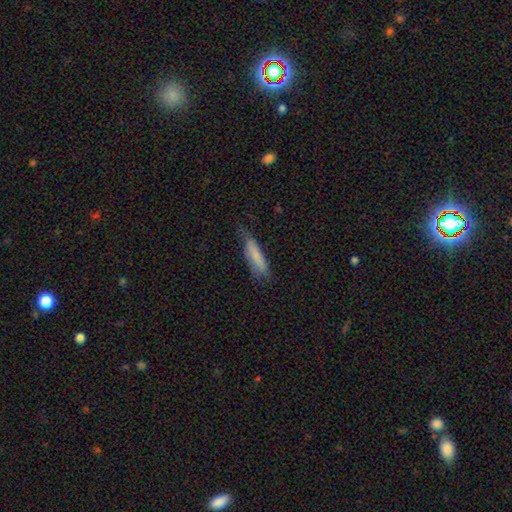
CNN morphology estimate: This appears to be a smooth galaxy with no disk features (75%) that is cigar-shaped (76%). Merging: none (56%).